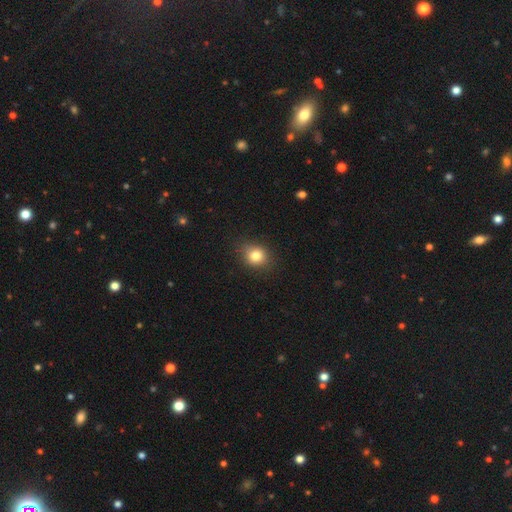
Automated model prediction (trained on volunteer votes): smooth 82%, star or artifact 11%, featured or disk 7%. Down the decision tree: how rounded — round (69%); merging — none (83%).